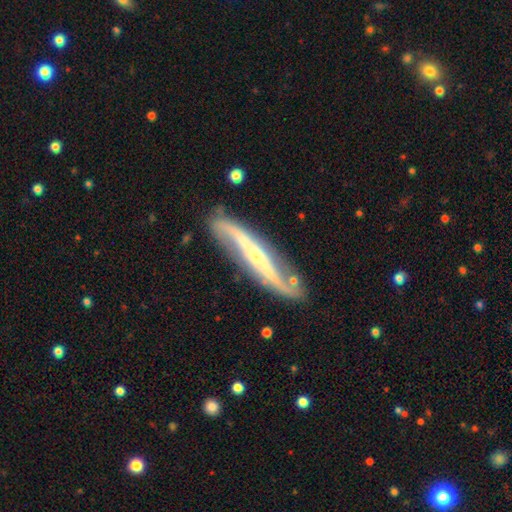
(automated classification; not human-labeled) Smooth or featured: featured or disk — 86% (smooth — 9%)
Edge-on disk: no — 63% (yes — 37%)
Bar: strong — 44% (no — 32%)
Spiral arms: yes — 93% (no — 7%)
Bulge size: small — 63% (moderate — 32%)
Merging: none — 77% (minor disturbance — 15%)